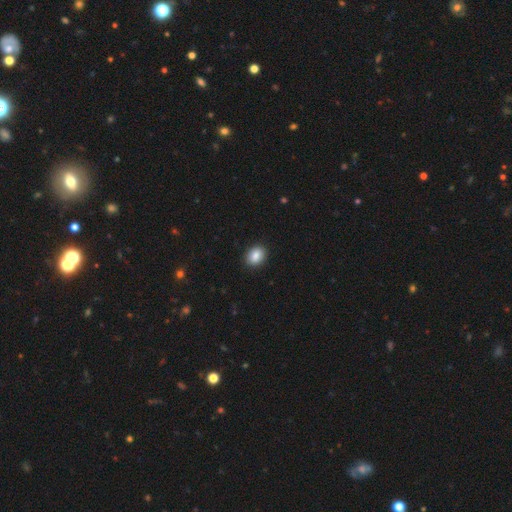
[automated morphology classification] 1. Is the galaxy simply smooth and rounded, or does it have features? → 87% smooth, 8% star or artifact, 5% featured or disk.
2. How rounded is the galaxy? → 61% in between, 38% round, 1% cigar-shaped.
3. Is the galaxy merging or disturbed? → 90% none, 7% minor disturbance, 2% major disturbance, 1% merger.